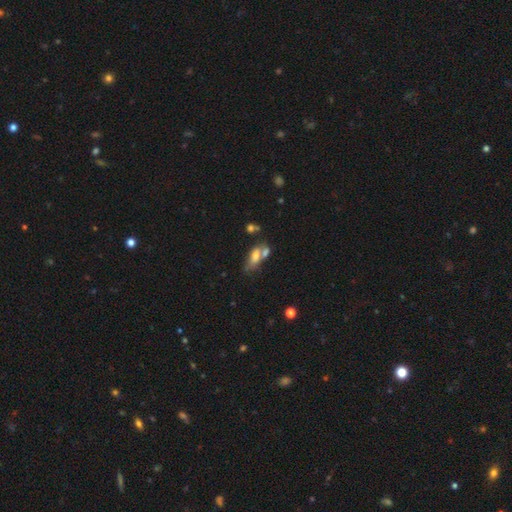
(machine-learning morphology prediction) Q: Smooth or featured?
A: smooth (60%); runner-up: featured or disk (30%)
Q: How rounded?
A: in between (78%); runner-up: cigar-shaped (17%)
Q: Merging?
A: merger (41%); runner-up: none (34%)